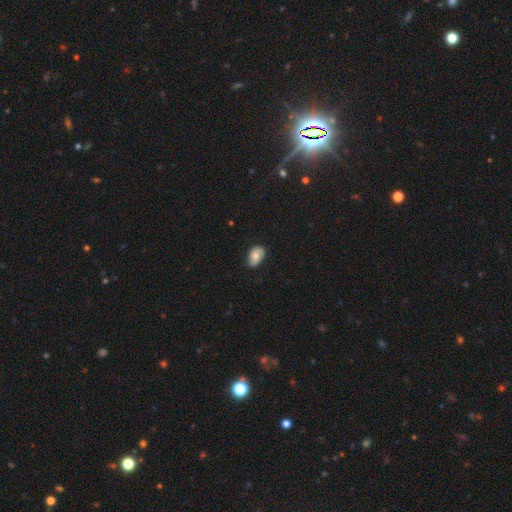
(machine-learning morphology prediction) A smooth galaxy with no disk features (64%) that is in between round and cigar-shaped (86%). Merging: none (66%).